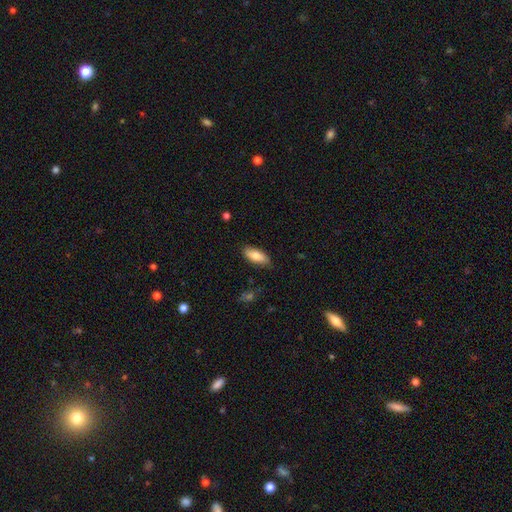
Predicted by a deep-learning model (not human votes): This appears to be a smooth galaxy with no disk features (80%) that is in between round and cigar-shaped (77%). Merging: none (81%).